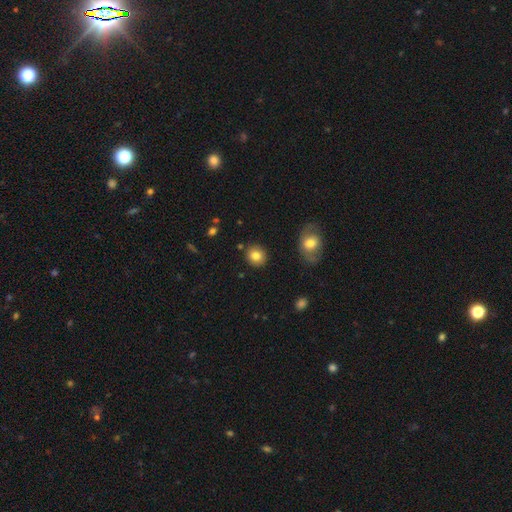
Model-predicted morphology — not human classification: This appears to be a smooth galaxy with no disk features (81%) that is round (83%). Merging: none (88%).